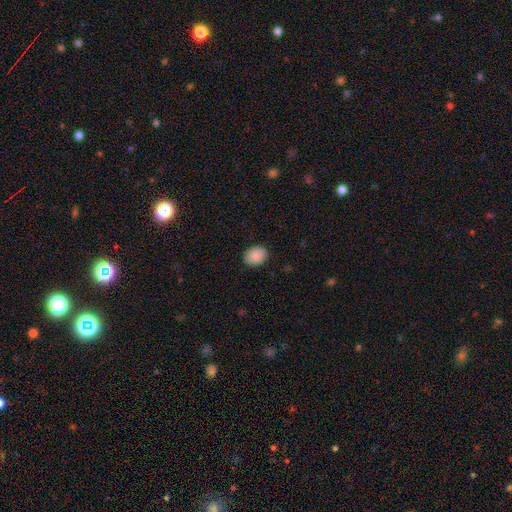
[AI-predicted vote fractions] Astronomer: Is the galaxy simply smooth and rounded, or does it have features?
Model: smooth — 89%.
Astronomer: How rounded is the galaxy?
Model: in between — 58% (runner-up: round, 41%).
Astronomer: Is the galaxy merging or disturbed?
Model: none — 89%.